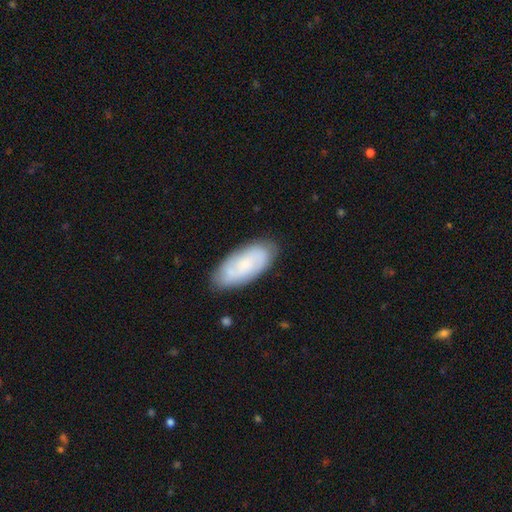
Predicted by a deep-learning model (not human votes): The model was most divided on "smooth or featured": smooth: 50%, featured or disk: 43%, star or artifact: 7%. More confident: merging — none (75%).